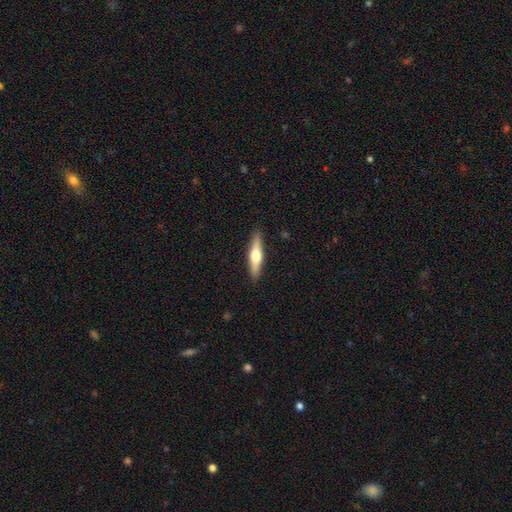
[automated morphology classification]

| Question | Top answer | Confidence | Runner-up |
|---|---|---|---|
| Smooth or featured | featured or disk | 50% | smooth (45%) |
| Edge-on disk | yes | 94% | no (6%) |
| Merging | none | 90% | minor disturbance (7%) |